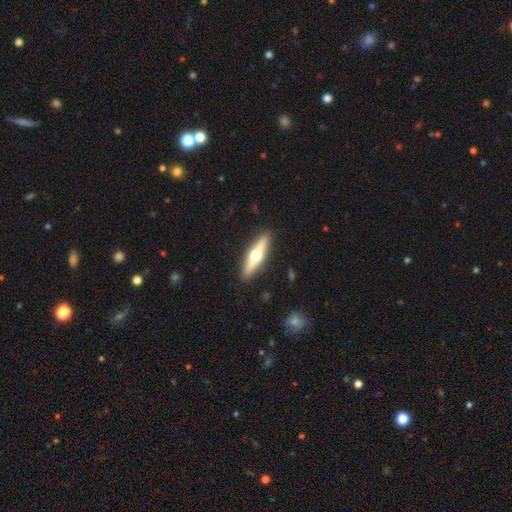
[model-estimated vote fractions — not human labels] Overall: featured or disk (62%; smooth 33%). Edge-on disk: yes (95%). Edge-on bulge: rounded (96%). Merging: none (91%).